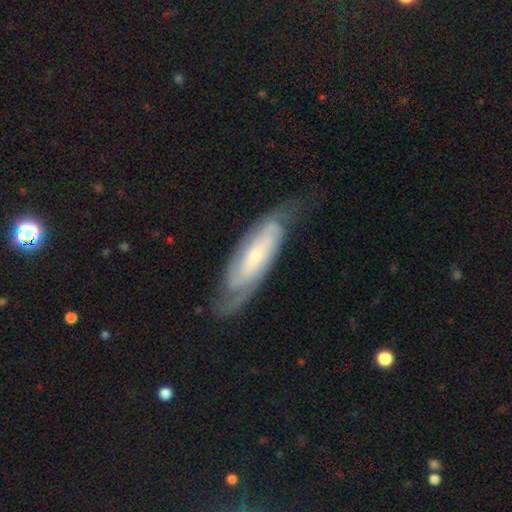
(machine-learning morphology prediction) A featured or disk galaxy (79%) with no bar (55%), 2 (57%) tight (57%) spiral arms (95%) and a small central bulge (65%). Merging: none (70%).